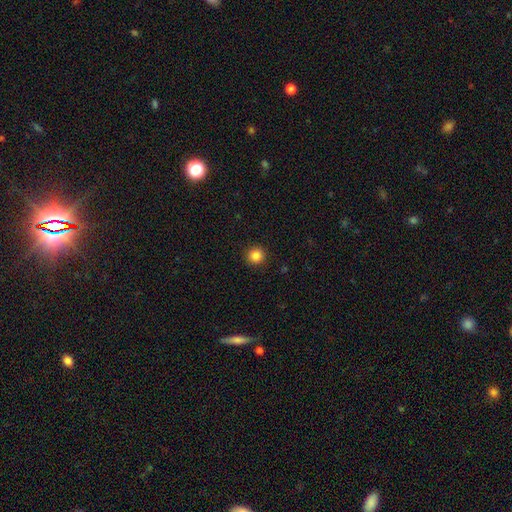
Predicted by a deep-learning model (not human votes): This is clearly a smooth galaxy (85%). How rounded: clearly round (94%). Merging: clearly none (92%).